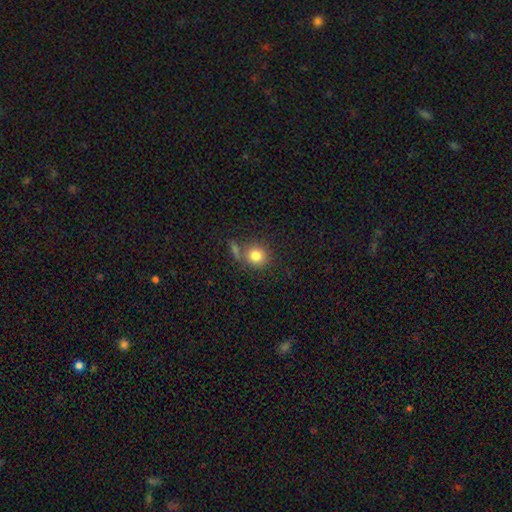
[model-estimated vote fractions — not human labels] smooth_or_featured: smooth (p=0.83) [alt: star or artifact p=0.10]
how_rounded: round (p=0.84) [alt: in between p=0.15]
merging: none (p=0.61) [alt: merger p=0.21]